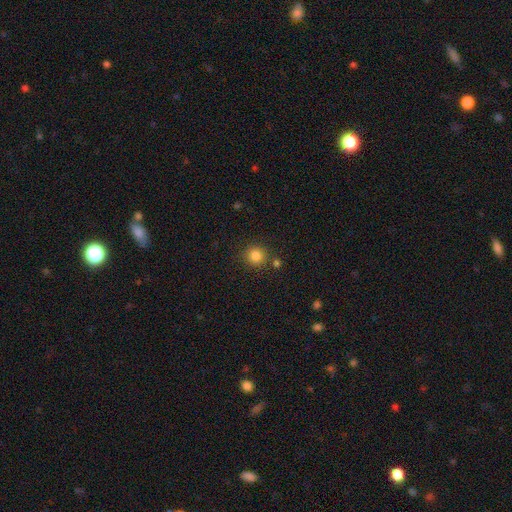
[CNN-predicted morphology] A smooth galaxy with no disk features (84%) that is round (93%).

Vote fractions:
- Smooth or featured? smooth: 84% / star or artifact: 12% / featured or disk: 4%
- How rounded? round: 93% / in between: 6% / cigar-shaped: 1%
- Merging? none: 83% / minor disturbance: 8% / merger: 6% / major disturbance: 3%